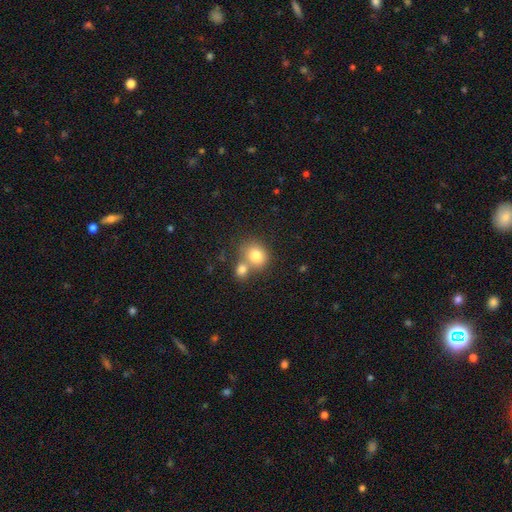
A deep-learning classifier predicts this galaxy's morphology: This appears to be a smooth galaxy with no disk features (79%) that is round (66%). Merging: merger (44%).